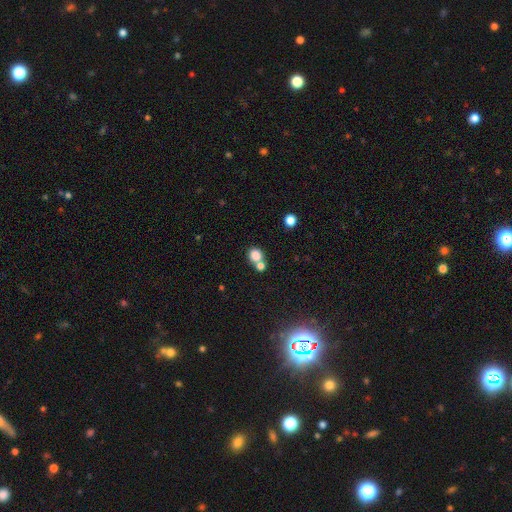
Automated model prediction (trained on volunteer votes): smooth 81%, star or artifact 12%, featured or disk 7%. Down the decision tree: how rounded — round (79%); merging — none (49%).